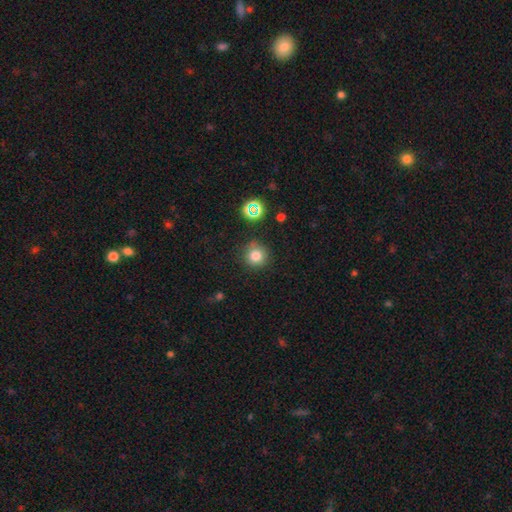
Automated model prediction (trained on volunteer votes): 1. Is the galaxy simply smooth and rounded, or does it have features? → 78% smooth, 16% star or artifact, 7% featured or disk.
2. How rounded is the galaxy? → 94% round, 5% in between, 1% cigar-shaped.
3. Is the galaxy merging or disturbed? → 82% none, 11% minor disturbance, 3% major disturbance, 3% merger.